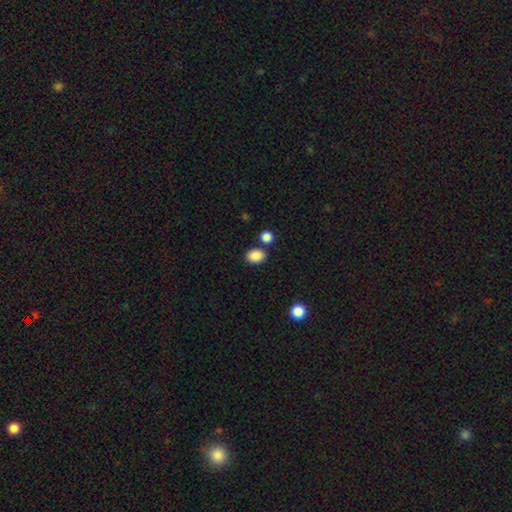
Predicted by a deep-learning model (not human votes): Overall: smooth (88%). How rounded: in between (65%; round 34%). Merging: none (74%).